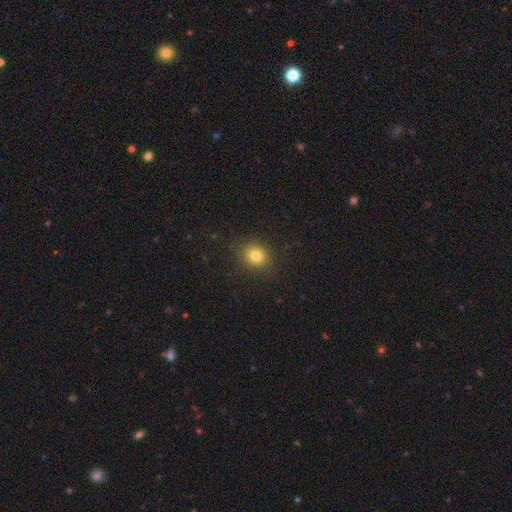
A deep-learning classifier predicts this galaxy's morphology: Q: Smooth or featured?
A: smooth (79%); runner-up: star or artifact (13%)
Q: How rounded?
A: round (73%); runner-up: in between (26%)
Q: Merging?
A: none (88%); runner-up: minor disturbance (8%)